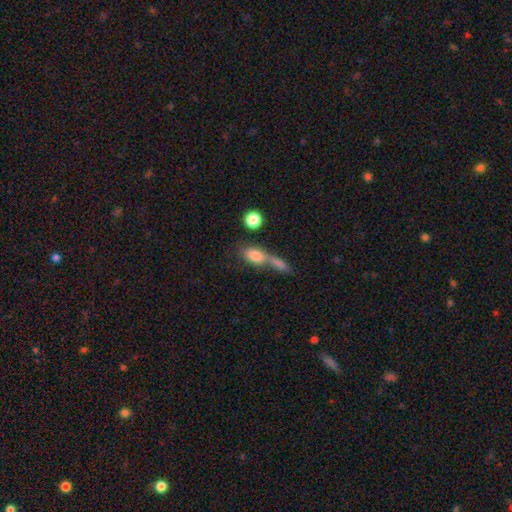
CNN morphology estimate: smooth-or-featured: smooth: 77% | featured or disk: 14% | star or artifact: 9%
  how-rounded: in between: 73% | round: 15% | cigar-shaped: 12%
  merging: merger: 54% | none: 30% | minor disturbance: 9% | major disturbance: 7%